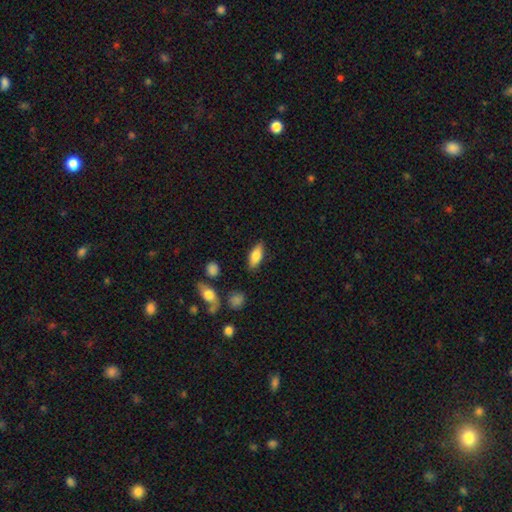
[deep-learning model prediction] smooth_or_featured: smooth (p=0.74) [alt: featured or disk p=0.19]
how_rounded: in between (p=0.76) [alt: cigar-shaped p=0.21]
merging: none (p=0.84) [alt: minor disturbance p=0.11]